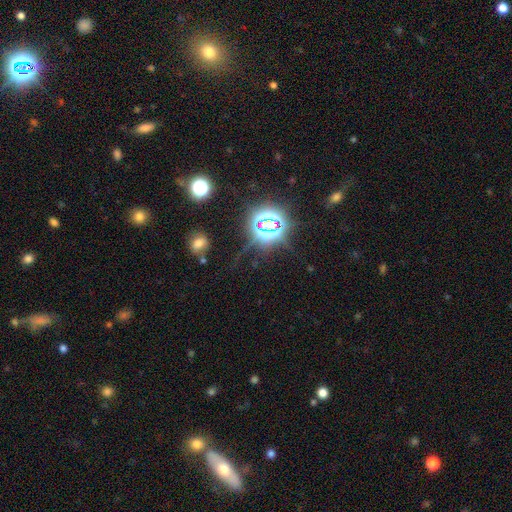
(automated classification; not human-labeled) Smooth or featured? star or artifact (72%)